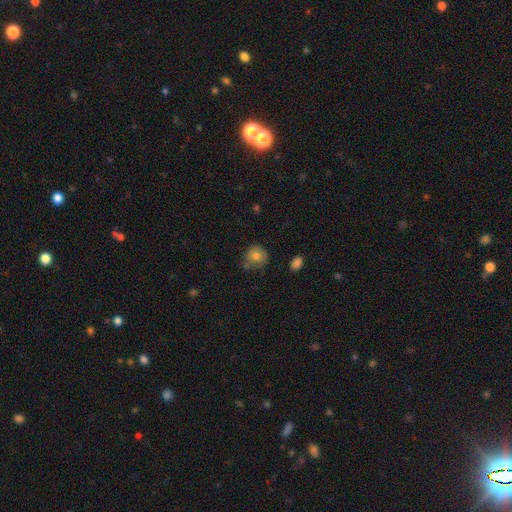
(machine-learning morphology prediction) smooth-or-featured: smooth: 79% | featured or disk: 12% | star or artifact: 9%
  how-rounded: round: 83% | in between: 16% | cigar-shaped: 1%
  merging: none: 62% | minor disturbance: 25% | merger: 7% | major disturbance: 6%